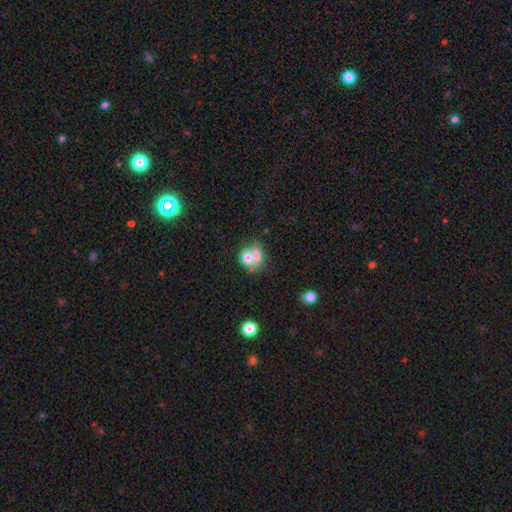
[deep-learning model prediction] Smooth or featured? smooth (66%)
How rounded? round (50%)
Merging? merger (69%)